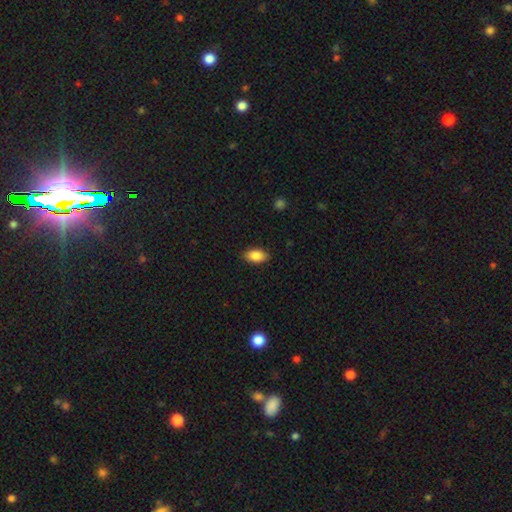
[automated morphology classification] Smooth or featured: smooth — 88% (star or artifact — 7%)
How rounded: in between — 93% (round — 5%)
Merging: none — 88% (minor disturbance — 9%)